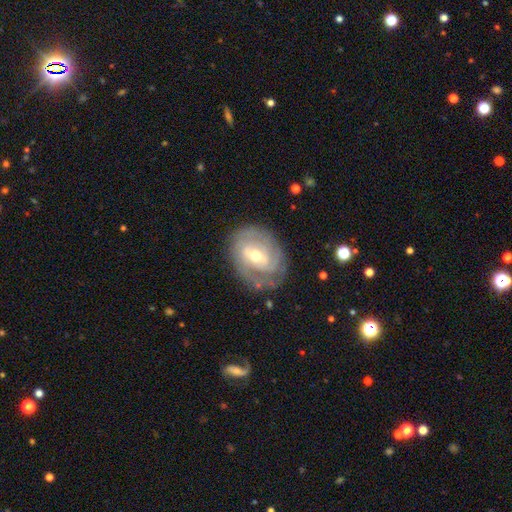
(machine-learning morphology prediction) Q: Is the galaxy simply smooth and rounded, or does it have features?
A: featured or disk — 80%.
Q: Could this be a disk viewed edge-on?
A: no — 96%.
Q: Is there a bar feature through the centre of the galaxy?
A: weak — 50%.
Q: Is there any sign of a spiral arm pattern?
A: yes — 87%.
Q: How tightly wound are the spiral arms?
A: tight — 64%.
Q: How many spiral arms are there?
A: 2 — 39%.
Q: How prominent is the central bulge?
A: moderate — 63%.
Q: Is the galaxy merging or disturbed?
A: none — 73%.